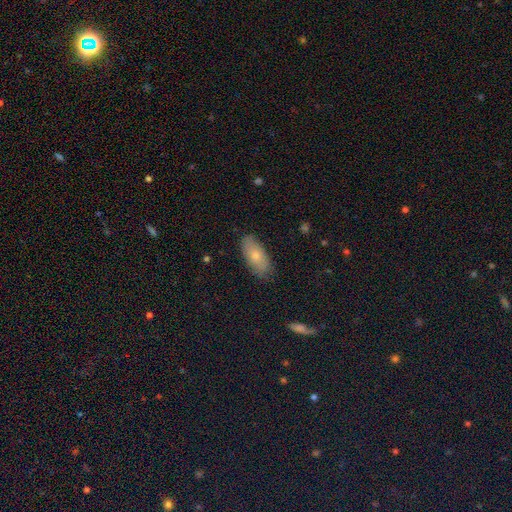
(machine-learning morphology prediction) This is likely a smooth galaxy (70%). How rounded: clearly in between (87%). Merging: clearly none (83%).